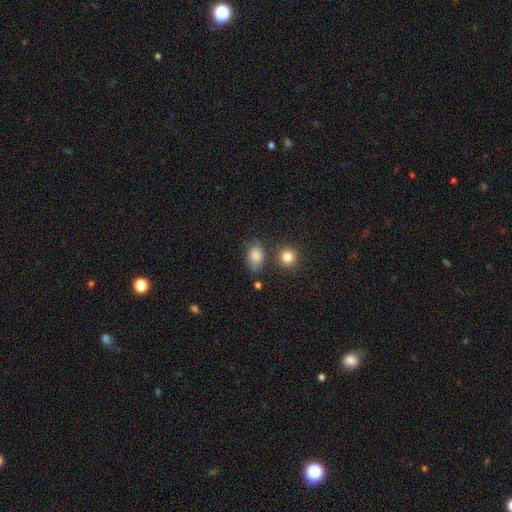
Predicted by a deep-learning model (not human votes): This appears to be a smooth galaxy with no disk features (83%) that is in between round and cigar-shaped (77%). Merging: none (61%).